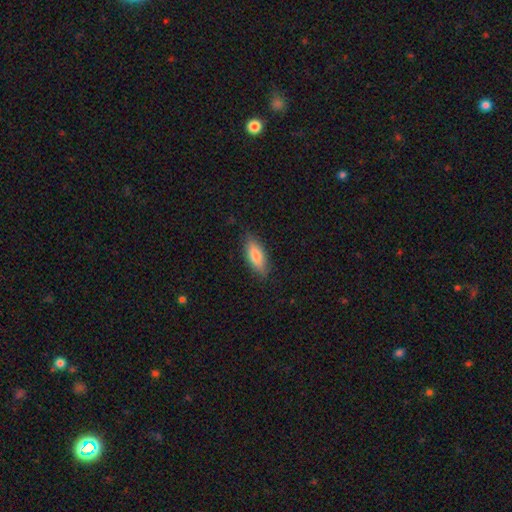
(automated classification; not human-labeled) Overall: smooth (77%). How rounded: in between (65%; cigar-shaped 33%). Merging: none (83%).